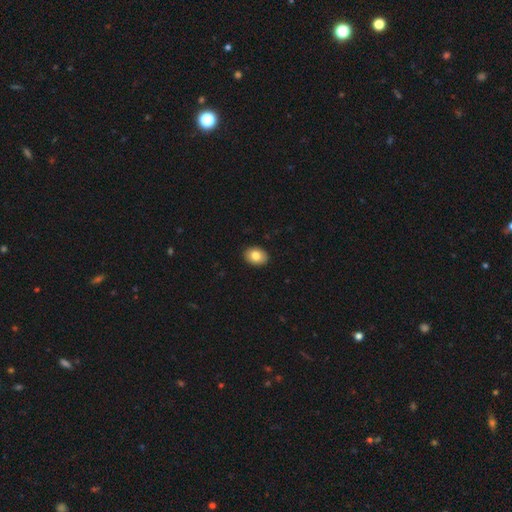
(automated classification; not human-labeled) The model was most divided on "how rounded": in between: 69%, round: 30%, cigar-shaped: 1%. More confident: merging — none (91%); smooth or featured — smooth (82%).